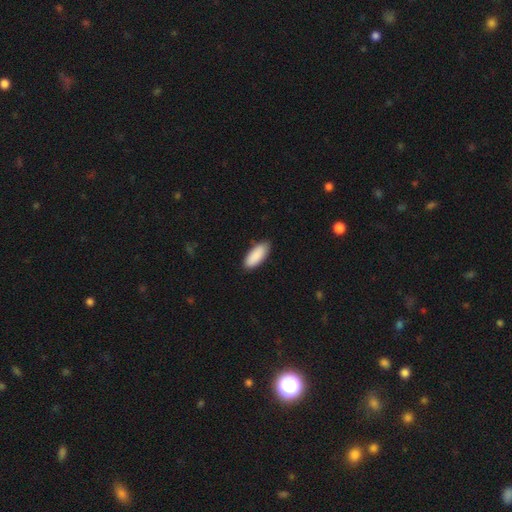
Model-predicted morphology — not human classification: This appears to be a smooth galaxy with no disk features (90%) that is in between round and cigar-shaped (83%). Merging: none (86%).